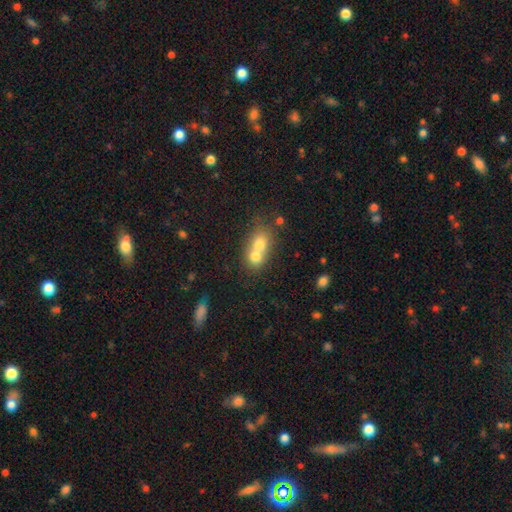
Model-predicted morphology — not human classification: smooth 68%, featured or disk 22%, star or artifact 11%. Down the decision tree: how rounded — round (58%); merging — merger (73%).